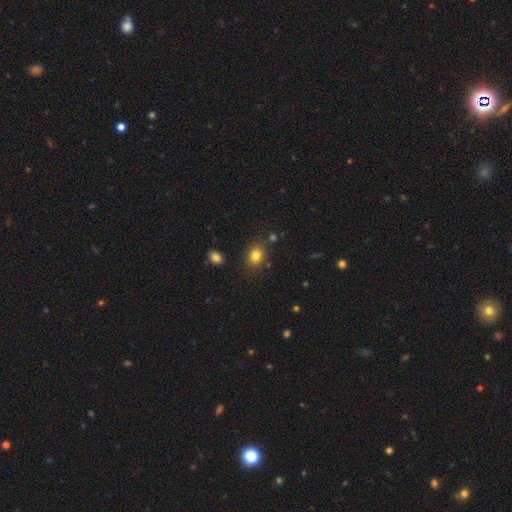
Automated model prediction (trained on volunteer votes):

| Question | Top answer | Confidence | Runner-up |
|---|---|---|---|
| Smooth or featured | smooth | 80% | star or artifact (12%) |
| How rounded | in between | 50% | round (49%) |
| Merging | none | 82% | minor disturbance (11%) |